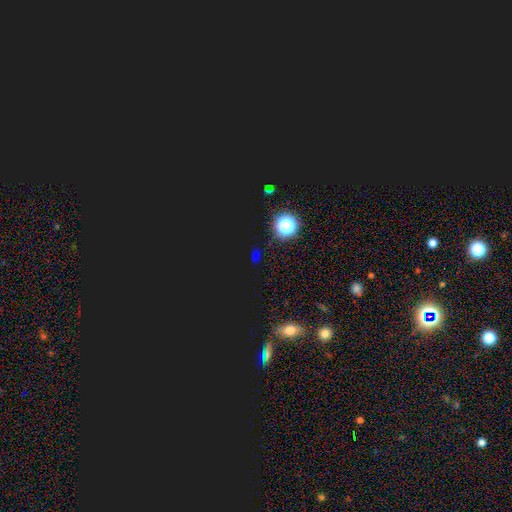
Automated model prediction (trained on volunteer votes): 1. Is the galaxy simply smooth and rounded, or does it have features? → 71% star or artifact, 23% smooth, 6% featured or disk.